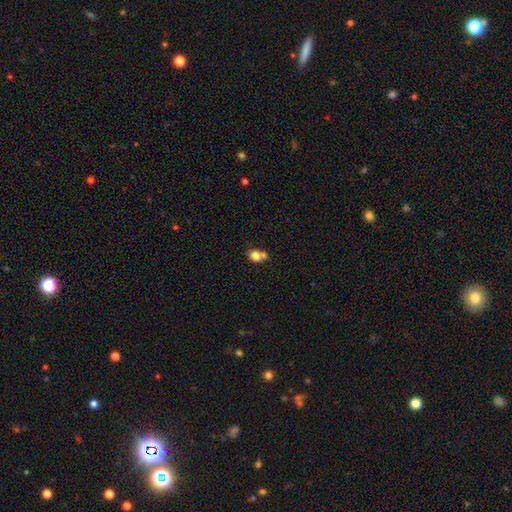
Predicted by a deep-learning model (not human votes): This appears to be a smooth galaxy with no disk features (78%) that is in between round and cigar-shaped (51%). Merging: merger (45%).